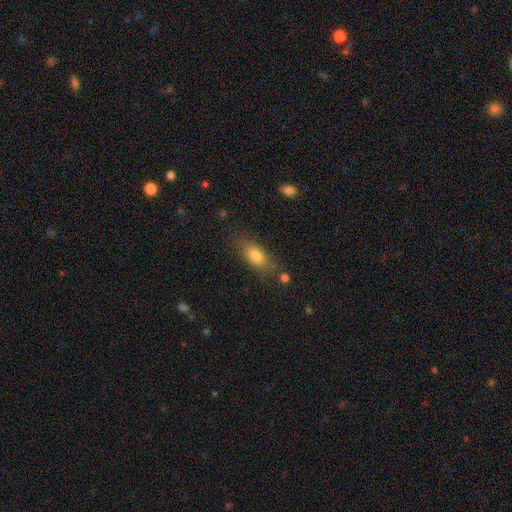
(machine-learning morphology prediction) smooth_or_featured: smooth (p=0.79) [alt: featured or disk p=0.13]
how_rounded: in between (p=0.80) [alt: cigar-shaped p=0.14]
merging: none (p=0.74) [alt: minor disturbance p=0.17]